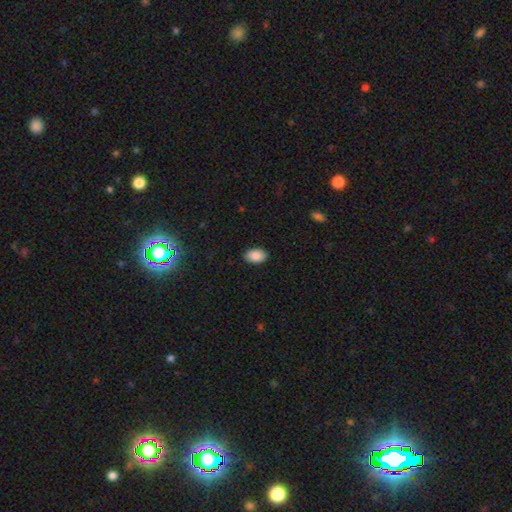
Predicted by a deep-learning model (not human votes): Overall: smooth (89%). How rounded: in between (91%). Merging: none (89%).